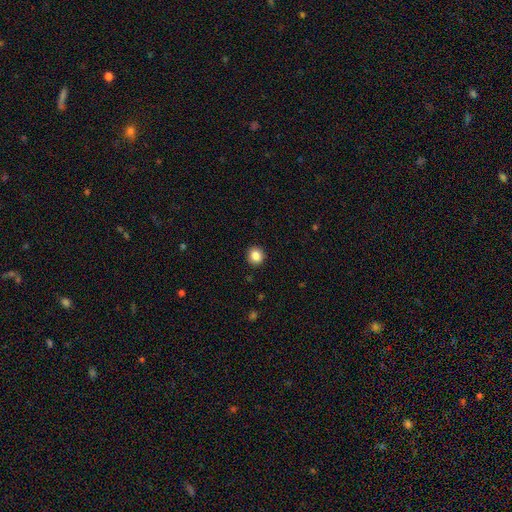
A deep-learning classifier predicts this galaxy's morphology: Smooth or featured? smooth (85%)
How rounded? round (87%)
Merging? none (92%)